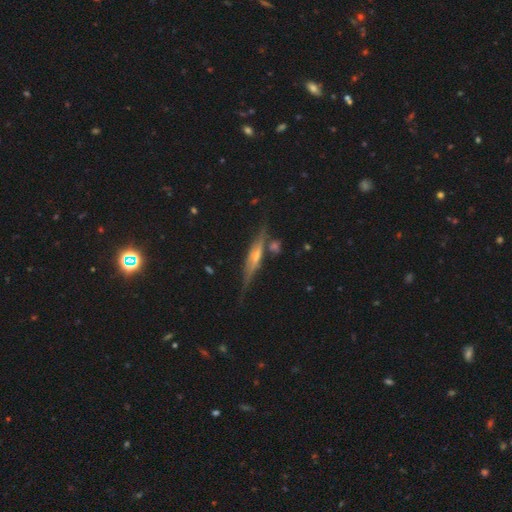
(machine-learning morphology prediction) Smooth or featured? featured or disk (75%)
Edge-on disk? yes (95%)
Edge-on bulge? rounded (69%)
Merging? none (77%)